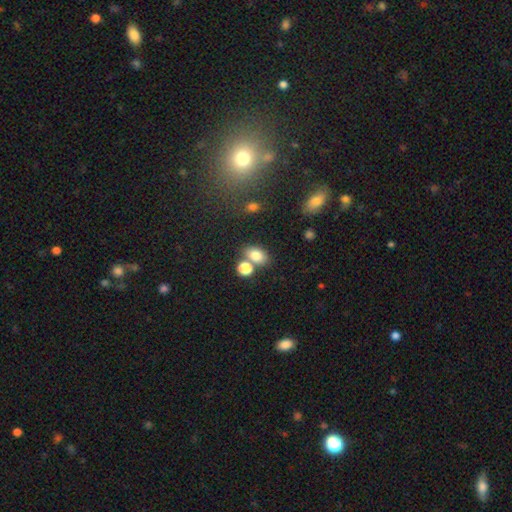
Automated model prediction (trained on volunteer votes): A smooth galaxy with no disk features (79%) that is in between round and cigar-shaped (74%).

Vote fractions:
- Smooth or featured? smooth: 79% / star or artifact: 12% / featured or disk: 9%
- How rounded? in between: 74% / round: 25% / cigar-shaped: 2%
- Merging? none: 60% / merger: 25% / minor disturbance: 11% / major disturbance: 4%